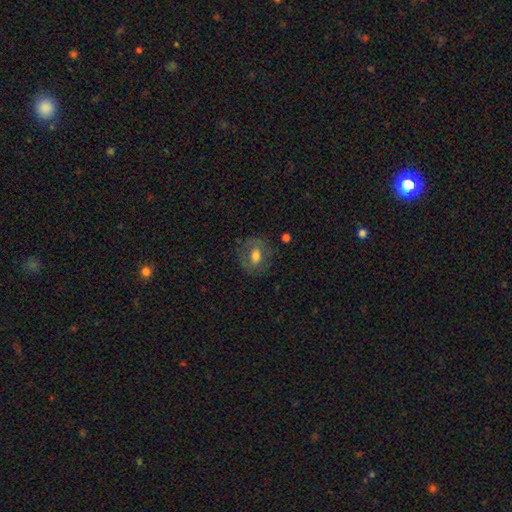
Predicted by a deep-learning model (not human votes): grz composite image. It shows a smooth galaxy with no disk features (55%) that is round (57%). Merging: none (73%).